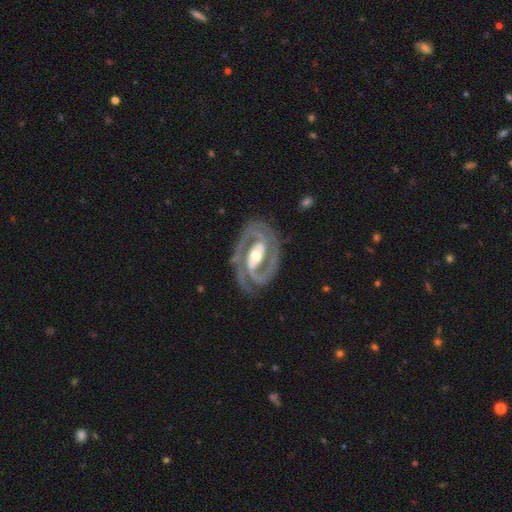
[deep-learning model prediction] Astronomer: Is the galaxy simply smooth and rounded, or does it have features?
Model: featured or disk — 92%.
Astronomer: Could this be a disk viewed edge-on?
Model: no — 97%.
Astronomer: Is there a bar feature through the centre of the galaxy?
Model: strong — 52%.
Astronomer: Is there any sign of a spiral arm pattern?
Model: yes — 96%.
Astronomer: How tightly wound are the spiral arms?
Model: tight — 56% (runner-up: medium, 38%).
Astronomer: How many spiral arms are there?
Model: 2 — 89%.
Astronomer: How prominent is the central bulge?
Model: moderate — 70%.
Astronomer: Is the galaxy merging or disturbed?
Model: none — 80%.